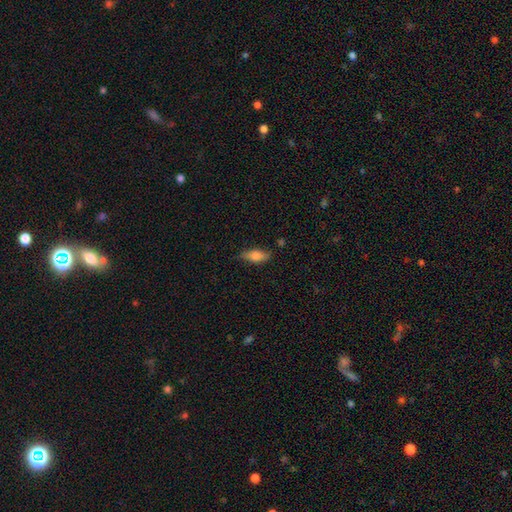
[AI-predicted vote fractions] smooth 72%, featured or disk 21%, star or artifact 7%. Down the decision tree: how rounded — in between (76%); merging — none (74%).